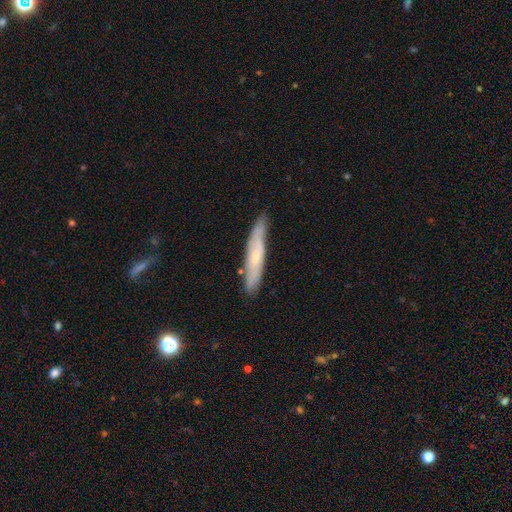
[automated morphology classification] The model was most divided on "smooth or featured": featured or disk: 47%, smooth: 46%, star or artifact: 6%. More confident: merging — none (81%).